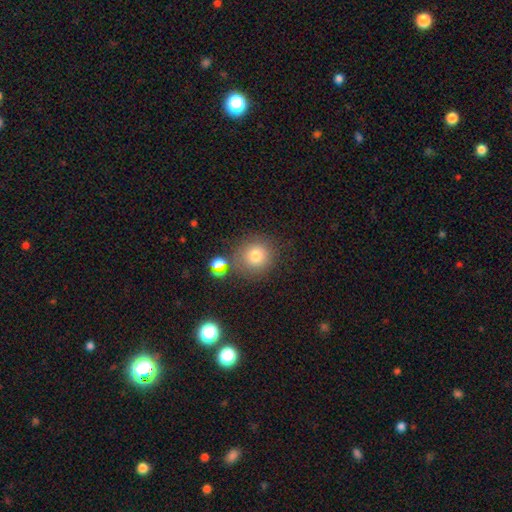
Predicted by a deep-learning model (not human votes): Q: Smooth or featured?
A: smooth (77%); runner-up: star or artifact (14%)
Q: How rounded?
A: round (91%); runner-up: in between (8%)
Q: Merging?
A: none (74%); runner-up: minor disturbance (11%)